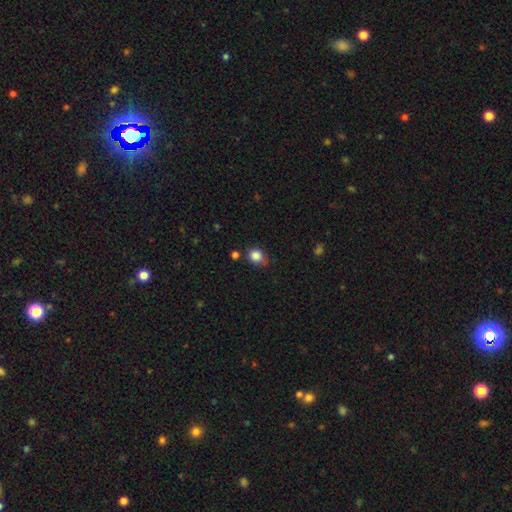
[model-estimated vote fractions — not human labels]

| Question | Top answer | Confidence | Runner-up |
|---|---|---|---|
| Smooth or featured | smooth | 85% | star or artifact (11%) |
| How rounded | round | 73% | in between (26%) |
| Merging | none | 69% | minor disturbance (21%) |